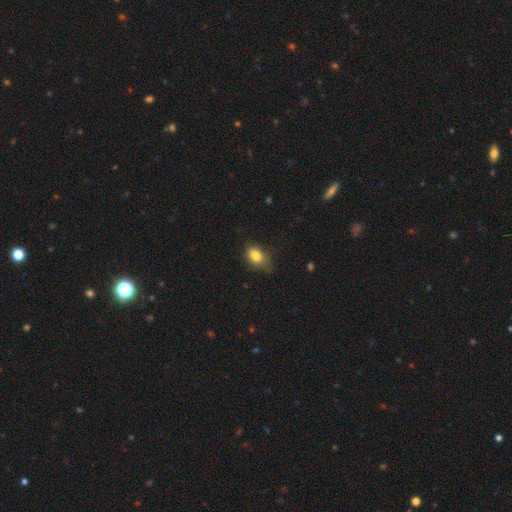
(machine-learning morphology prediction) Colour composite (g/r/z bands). It shows a smooth galaxy with no disk features (82%) that is in between round and cigar-shaped (80%). Merging: none (62%).